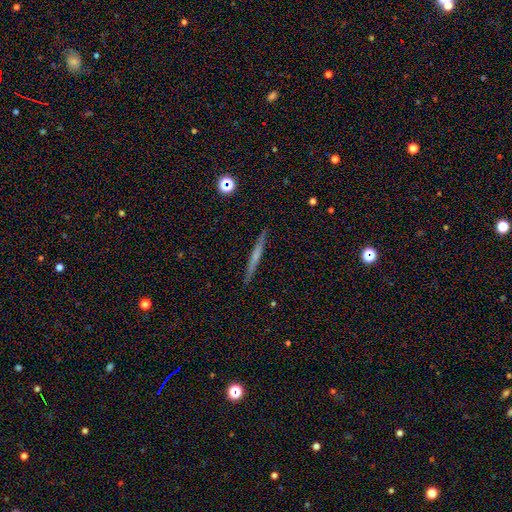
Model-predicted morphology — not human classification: featured or disk 50%, smooth 43%, star or artifact 8%. Down the decision tree: merging — none (91%).